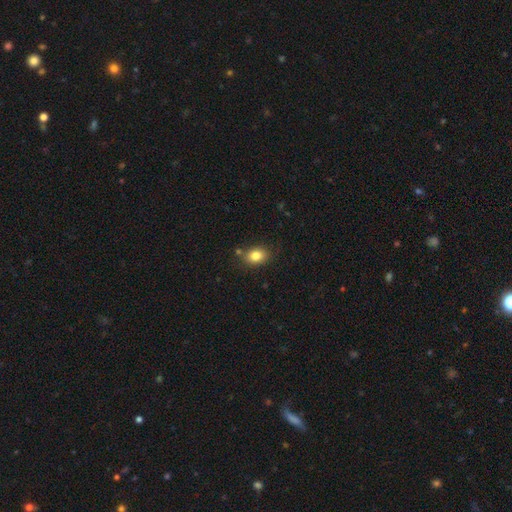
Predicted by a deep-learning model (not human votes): A smooth galaxy with no disk features (82%) that is in between round and cigar-shaped (64%).

Vote fractions:
- Smooth or featured? smooth: 82% / star or artifact: 10% / featured or disk: 8%
- How rounded? in between: 64% / round: 34% / cigar-shaped: 1%
- Merging? none: 79% / minor disturbance: 13% / merger: 5% / major disturbance: 3%